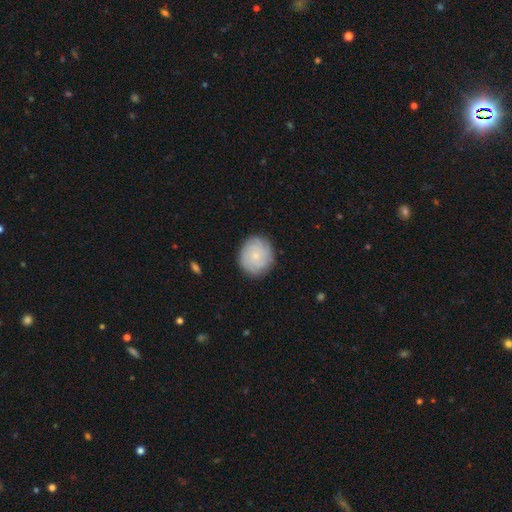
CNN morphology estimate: Smooth or featured: smooth — 58% (featured or disk — 35%)
How rounded: round — 78% (in between — 21%)
Merging: none — 83% (minor disturbance — 13%)